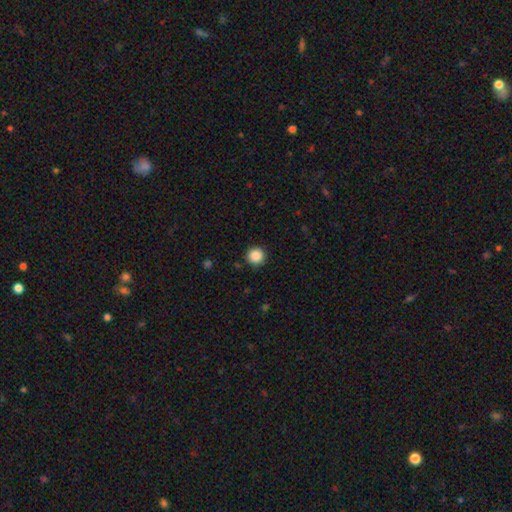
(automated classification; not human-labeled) Smooth or featured? Predicted: smooth (p=0.88). How rounded? Predicted: round (p=0.96). Merging? Predicted: none (p=0.92).